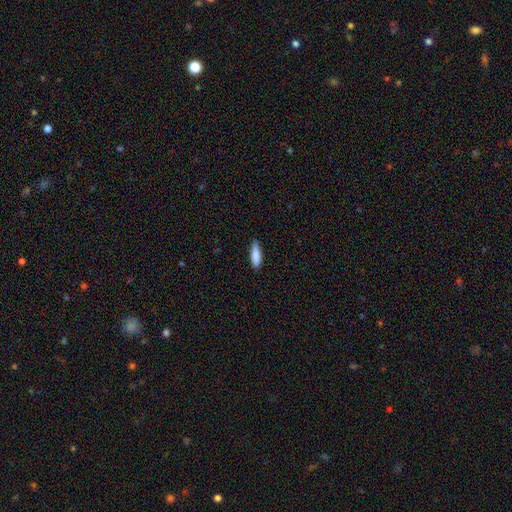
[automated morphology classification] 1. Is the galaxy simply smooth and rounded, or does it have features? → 86% smooth, 8% featured or disk, 6% star or artifact.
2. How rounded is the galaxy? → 56% cigar-shaped, 42% in between, 2% round.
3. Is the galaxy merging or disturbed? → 82% none, 14% minor disturbance, 2% major disturbance, 1% merger.